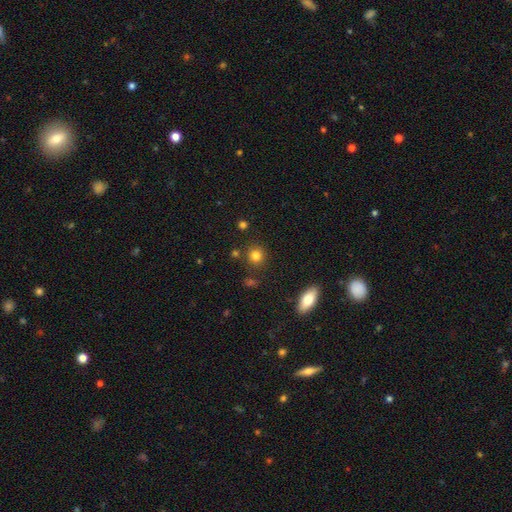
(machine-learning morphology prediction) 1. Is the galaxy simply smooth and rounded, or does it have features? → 80% smooth, 13% star or artifact, 6% featured or disk.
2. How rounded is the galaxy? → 89% round, 10% in between, 1% cigar-shaped.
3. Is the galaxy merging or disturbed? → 85% none, 8% minor disturbance, 4% merger, 3% major disturbance.